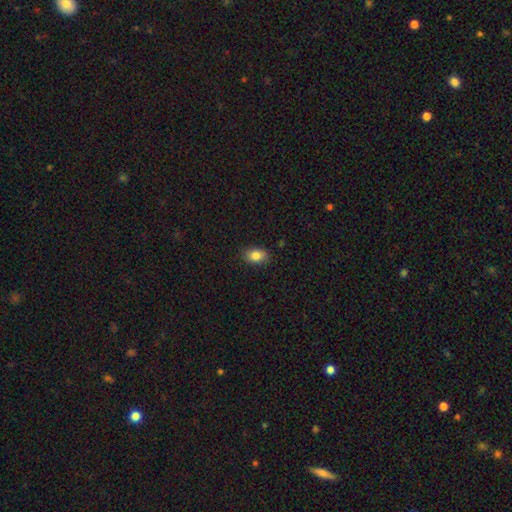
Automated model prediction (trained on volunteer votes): Smooth or featured? smooth (84%)
How rounded? in between (83%)
Merging? none (87%)